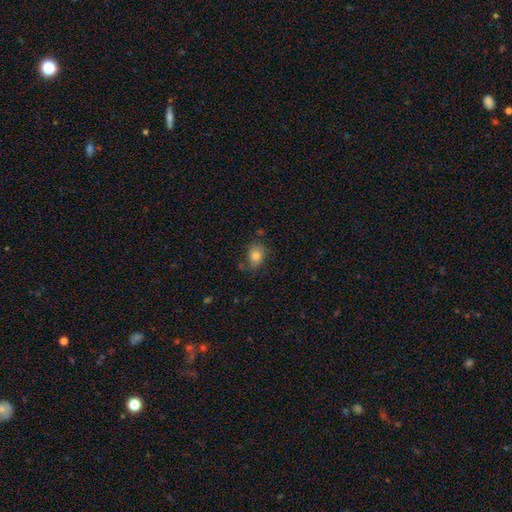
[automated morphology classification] Smooth or featured? Predicted: smooth (p=0.80). How rounded? Predicted: in between (p=0.53). Merging? Predicted: none (p=0.68).